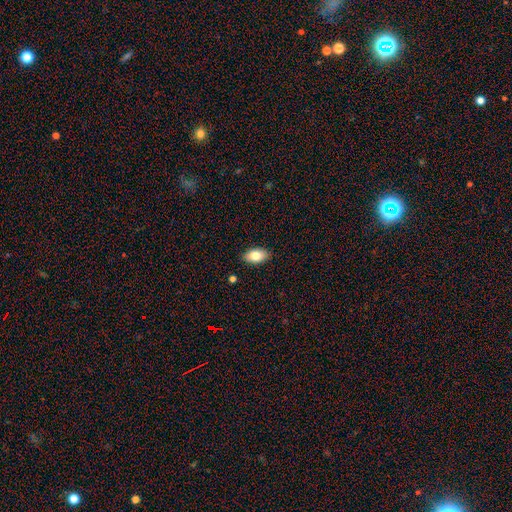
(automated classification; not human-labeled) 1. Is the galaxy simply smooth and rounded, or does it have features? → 80% smooth, 13% featured or disk, 7% star or artifact.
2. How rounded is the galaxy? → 91% in between, 6% round, 2% cigar-shaped.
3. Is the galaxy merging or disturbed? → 88% none, 9% minor disturbance, 2% major disturbance, 1% merger.